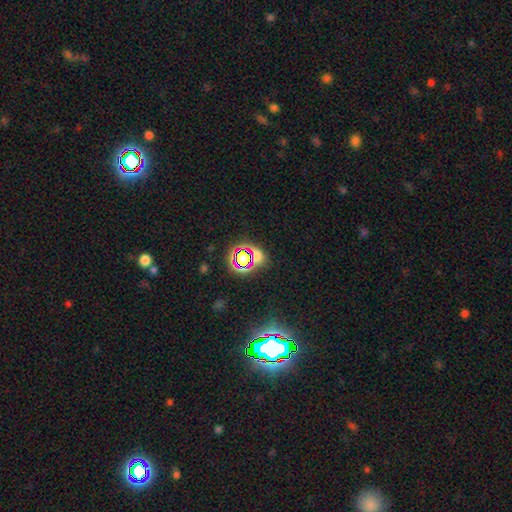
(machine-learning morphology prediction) Smooth or featured?
  - star or artifact: 57% *
  - smooth: 32%
  - featured or disk: 11%